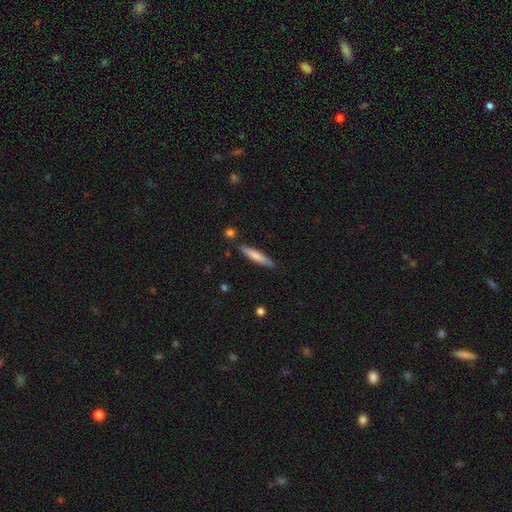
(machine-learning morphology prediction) Smooth or featured?
  - smooth: 71% *
  - featured or disk: 24%
  - star or artifact: 5%
How rounded?
  - cigar-shaped: 90% *
  - in between: 9%
  - round: 1%
Merging?
  - none: 85% *
  - minor disturbance: 10%
  - merger: 3%
  - major disturbance: 2%